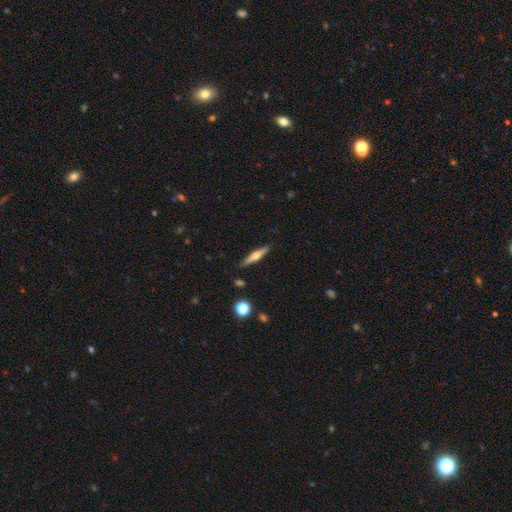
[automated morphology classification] smooth-or-featured: featured or disk: 58% | smooth: 36% | star or artifact: 6%
  disk-edge-on: yes: 96% | no: 4%
    edge-on-bulge: rounded: 91% | none: 5% | boxy: 4%
  merging: none: 89% | minor disturbance: 8% | merger: 2% | major disturbance: 2%